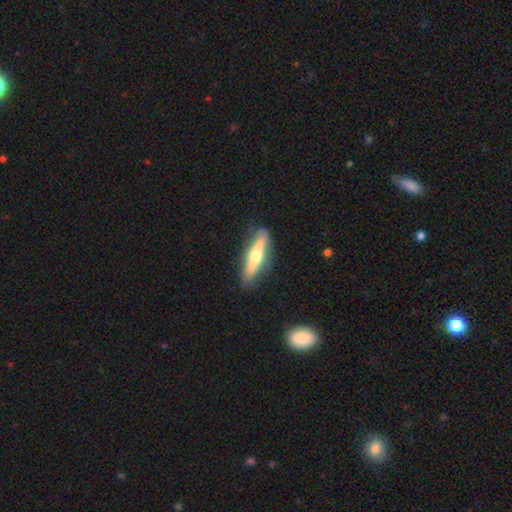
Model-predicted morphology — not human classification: Smooth or featured? Predicted: featured or disk (p=0.57). Edge-on disk? Predicted: yes (p=0.90). Edge-on bulge? Predicted: rounded (p=0.91). Merging? Predicted: none (p=0.84).